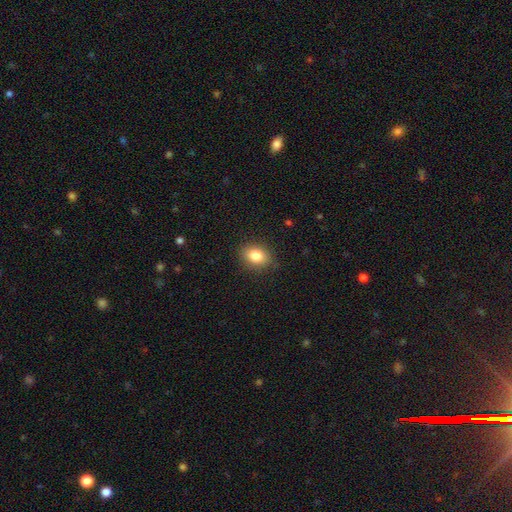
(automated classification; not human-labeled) A smooth galaxy with no disk features (82%) that is in between round and cigar-shaped (63%). Merging: none (87%).